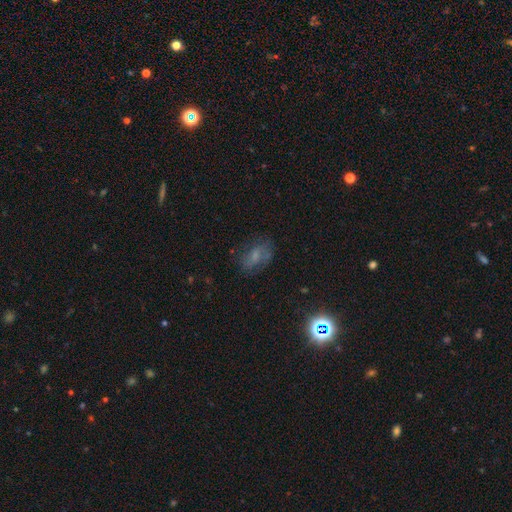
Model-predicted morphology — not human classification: Overall: smooth (44%; featured or disk 36%). Merging: none (63%).